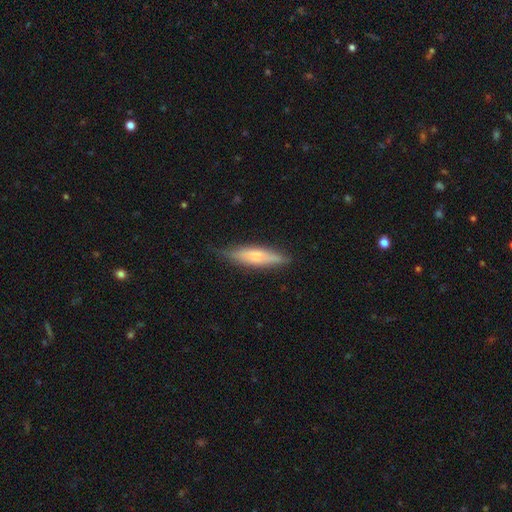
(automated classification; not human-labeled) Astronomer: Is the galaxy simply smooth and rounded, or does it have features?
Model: smooth — 60%.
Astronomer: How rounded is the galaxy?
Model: cigar-shaped — 76%.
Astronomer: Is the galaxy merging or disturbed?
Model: none — 79%.